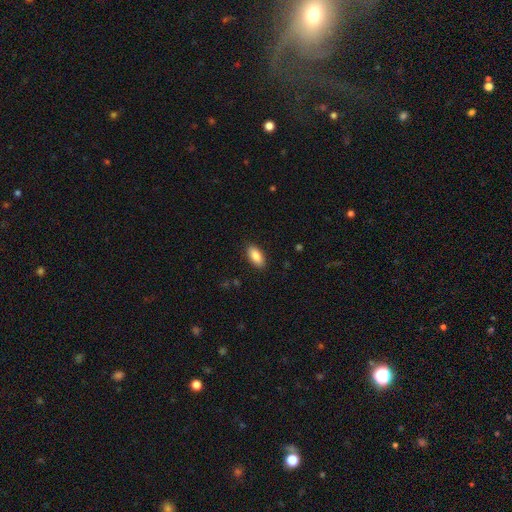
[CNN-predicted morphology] type=smooth (87%); roundness=in between (92%); merging=none (89%).